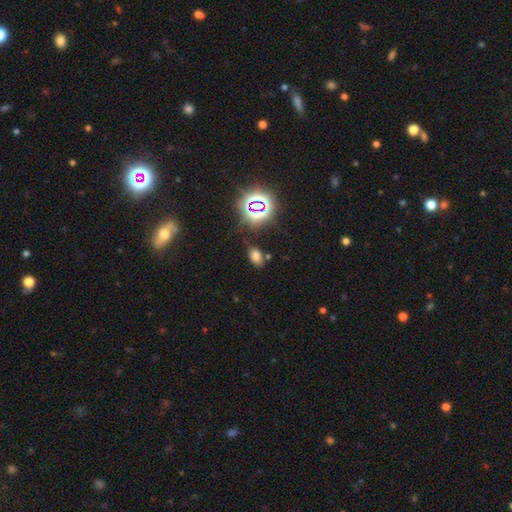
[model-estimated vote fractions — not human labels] Smooth or featured?
  - smooth: 64% *
  - star or artifact: 28%
  - featured or disk: 8%
How rounded?
  - in between: 86% *
  - round: 13%
  - cigar-shaped: 2%
Merging?
  - none: 76% *
  - minor disturbance: 15%
  - merger: 5%
  - major disturbance: 5%